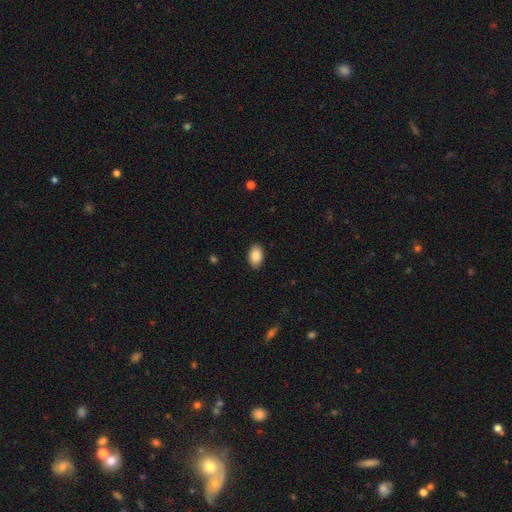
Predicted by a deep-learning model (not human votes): Smooth or featured? smooth (88%)
How rounded? in between (91%)
Merging? none (89%)